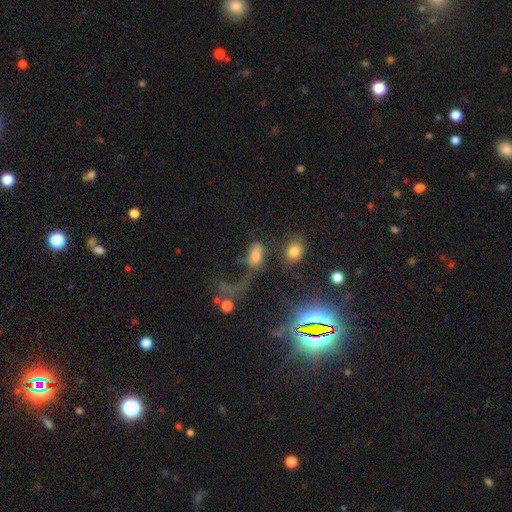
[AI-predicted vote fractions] Overall: smooth (45%; featured or disk 29%). Merging: major disturbance (39%; none 29%).